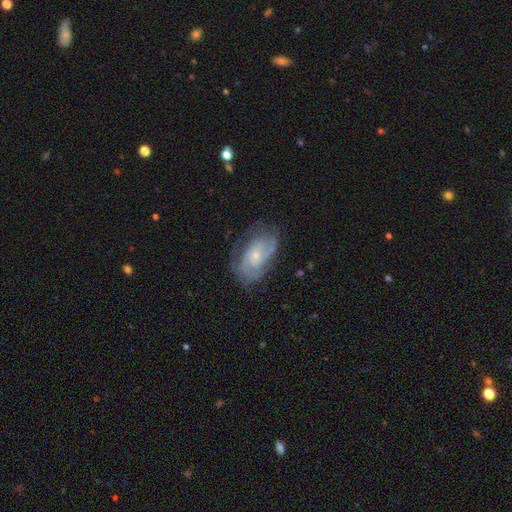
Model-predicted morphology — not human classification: Overall: featured or disk (80%). Edge-on disk: no (96%). Bar: no (64%; weak 30%). Spiral arms: yes (93%). Spiral arm count: 2 (34%; can't tell 29%). Spiral winding: tight (50%; medium 39%). Bulge size: small (69%). Merging: none (65%).